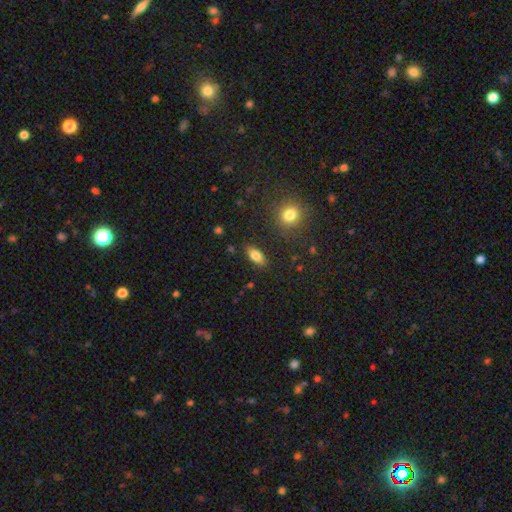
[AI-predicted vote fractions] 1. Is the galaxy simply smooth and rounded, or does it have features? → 80% smooth, 12% featured or disk, 8% star or artifact.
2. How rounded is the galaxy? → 87% in between, 9% cigar-shaped, 4% round.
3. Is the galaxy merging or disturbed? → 86% none, 10% minor disturbance, 3% major disturbance, 2% merger.